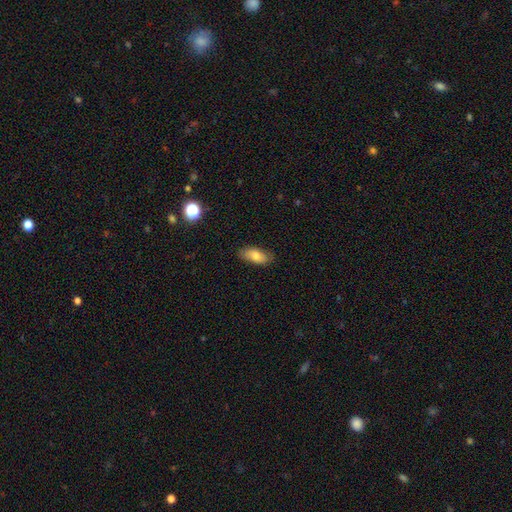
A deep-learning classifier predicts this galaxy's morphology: Smooth or featured? Predicted: smooth (p=0.77). How rounded? Predicted: in between (p=0.88). Merging? Predicted: none (p=0.83).